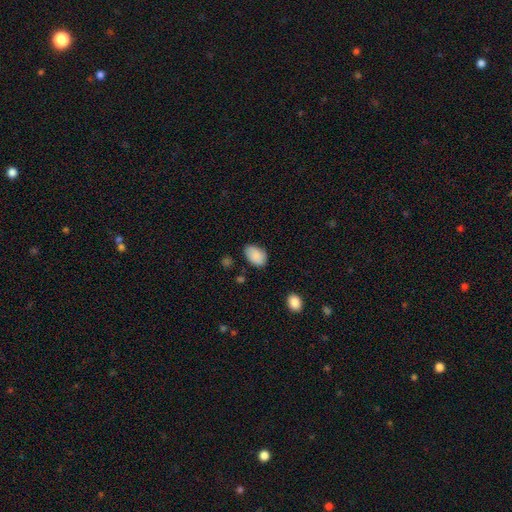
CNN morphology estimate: A smooth galaxy with no disk features (87%) that is in between round and cigar-shaped (89%). Merging: none (72%).